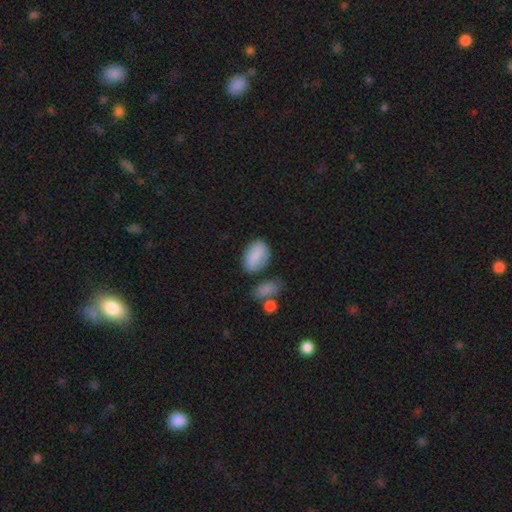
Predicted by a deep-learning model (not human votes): A smooth galaxy with no disk features (80%) that is in between round and cigar-shaped (85%).

Vote fractions:
- Smooth or featured? smooth: 80% / featured or disk: 13% / star or artifact: 7%
- How rounded? in between: 85% / round: 12% / cigar-shaped: 3%
- Merging? none: 69% / minor disturbance: 18% / merger: 8% / major disturbance: 5%